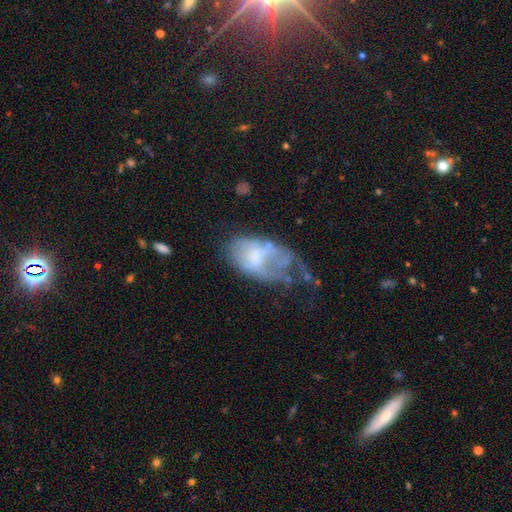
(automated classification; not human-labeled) A featured or disk galaxy (48%). Merging: major disturbance (40%).